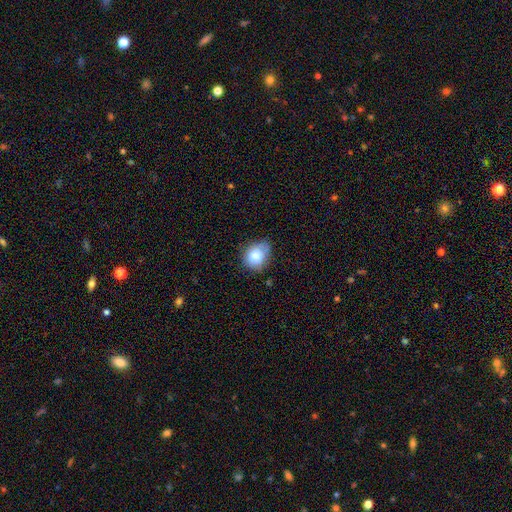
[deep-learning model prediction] A smooth galaxy with no disk features (80%) that is round (52%). Merging: none (57%).